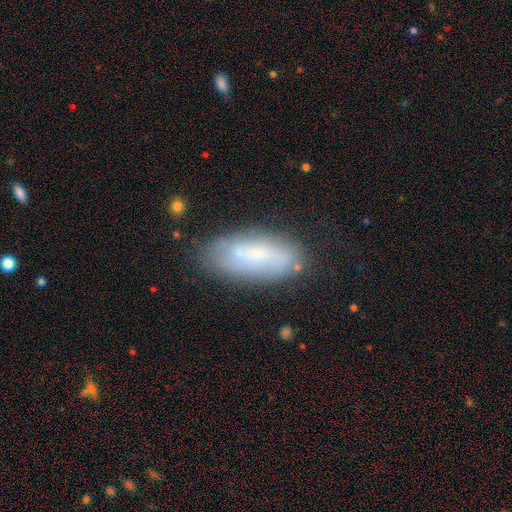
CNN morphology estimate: This is possibly a smooth galaxy (56%). How rounded: likely in between (77%). Merging: likely none (68%).